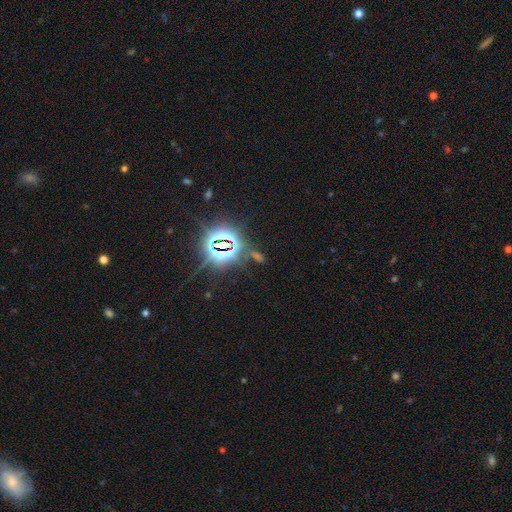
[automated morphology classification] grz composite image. It shows a star or artifact, not a galaxy (78%).